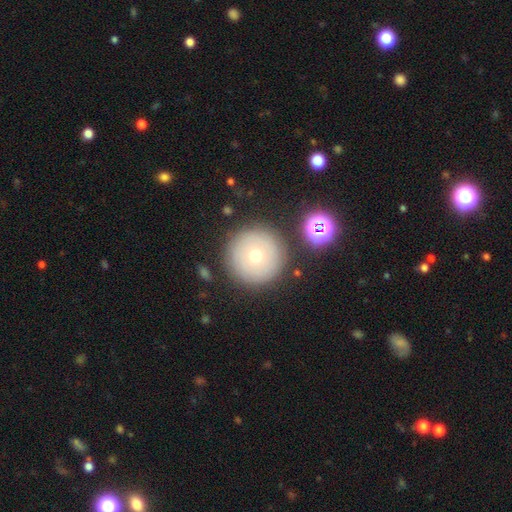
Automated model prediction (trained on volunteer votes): Smooth or featured?
  - smooth: 63% *
  - featured or disk: 24%
  - star or artifact: 13%
How rounded?
  - round: 97% *
  - in between: 2%
  - cigar-shaped: 1%
Merging?
  - none: 85% *
  - minor disturbance: 8%
  - merger: 3%
  - major disturbance: 3%